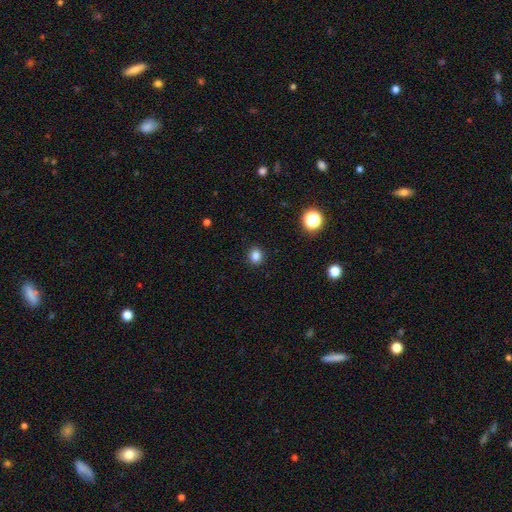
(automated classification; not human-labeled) Smooth or featured? smooth (83%)
How rounded? round (82%)
Merging? none (91%)